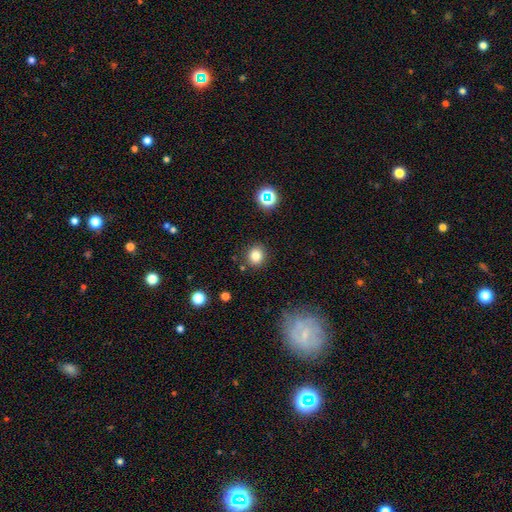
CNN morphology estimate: Smooth or featured? smooth (80%)
How rounded? round (82%)
Merging? none (87%)